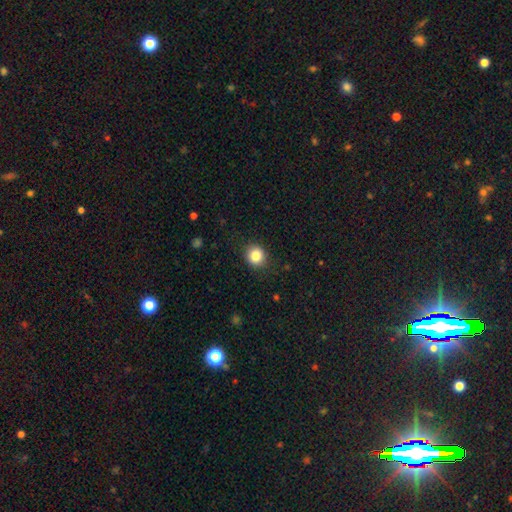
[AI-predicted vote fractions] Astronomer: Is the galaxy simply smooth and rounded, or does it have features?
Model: smooth — 84%.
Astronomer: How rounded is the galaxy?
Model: round — 85%.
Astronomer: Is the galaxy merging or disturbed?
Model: none — 89%.